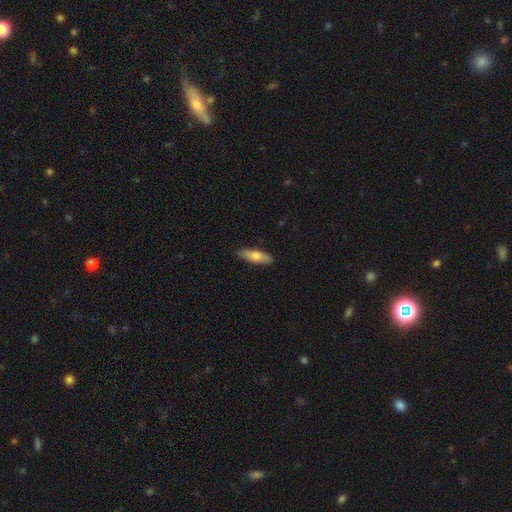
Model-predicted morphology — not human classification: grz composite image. It shows a smooth galaxy with no disk features (71%) that is in between round and cigar-shaped (50%). Merging: none (87%).